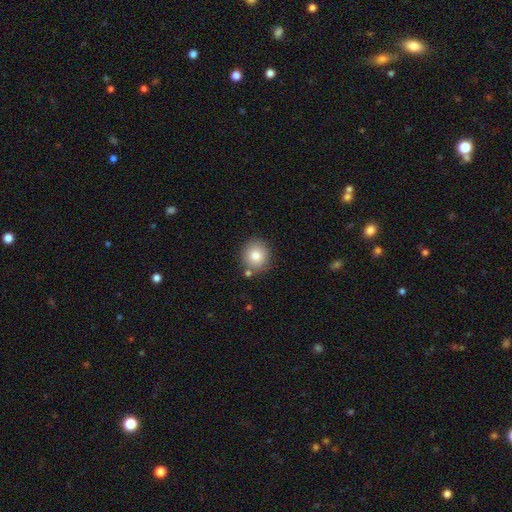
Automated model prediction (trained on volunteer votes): The model was most divided on "merging": none: 79%, minor disturbance: 11%, merger: 7%, major disturbance: 3%. More confident: how rounded — round (87%); smooth or featured — smooth (80%).